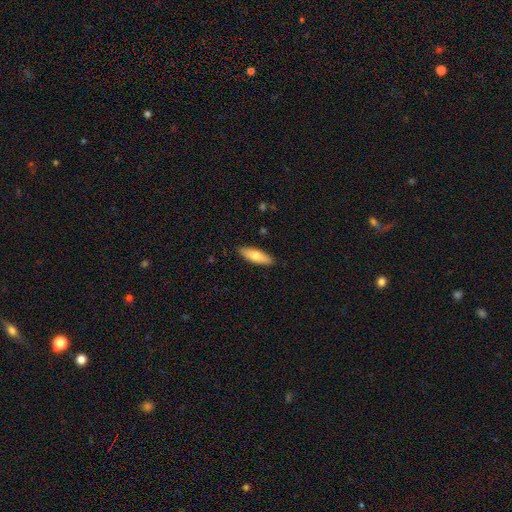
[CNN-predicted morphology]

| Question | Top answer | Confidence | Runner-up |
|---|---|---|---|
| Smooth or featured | smooth | 74% | featured or disk (20%) |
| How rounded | in between | 55% | cigar-shaped (44%) |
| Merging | none | 89% | minor disturbance (9%) |